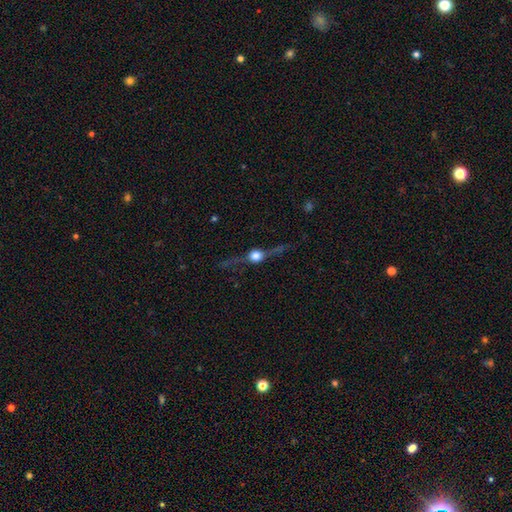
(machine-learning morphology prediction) A featured or disk galaxy (73%) viewed edge-on (92%) with a rounded central bulge (96%).

Vote fractions:
- Smooth or featured? featured or disk: 73% / smooth: 15% / star or artifact: 12%
- Edge-on disk? yes: 92% / no: 8%
- Edge-on bulge? rounded: 96% / boxy: 3% / none: 1%
- Merging? none: 80% / minor disturbance: 12% / major disturbance: 6% / merger: 2%